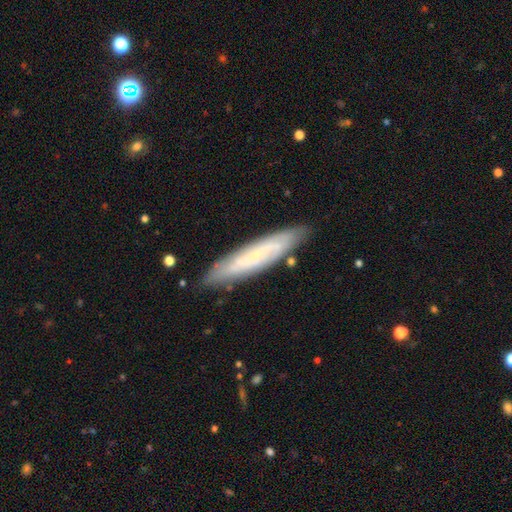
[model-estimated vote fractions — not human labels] Overall: featured or disk (47%; smooth 46%). Merging: none (84%).